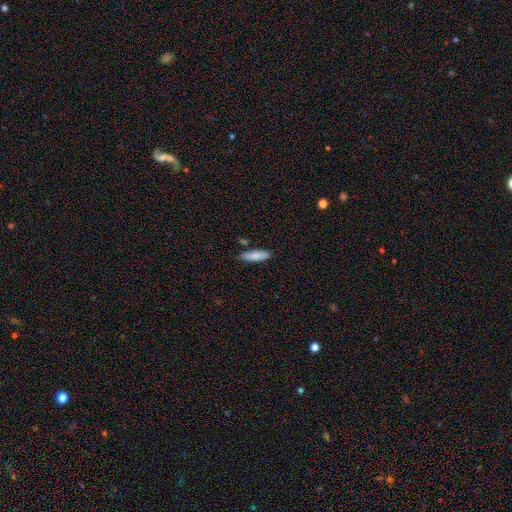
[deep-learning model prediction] Morphology: type=smooth (83%); roundness=cigar-shaped (57%); merging=none (79%).